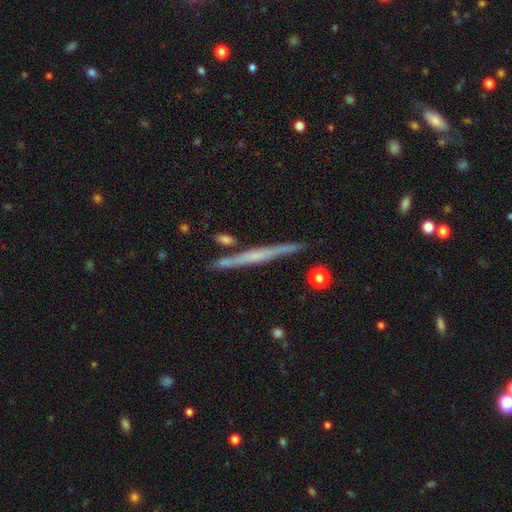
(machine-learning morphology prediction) The model was most divided on "edge-on bulge": none: 60%, rounded: 29%, boxy: 12%. More confident: edge-on disk — yes (97%); merging — none (84%); smooth or featured — featured or disk (65%).